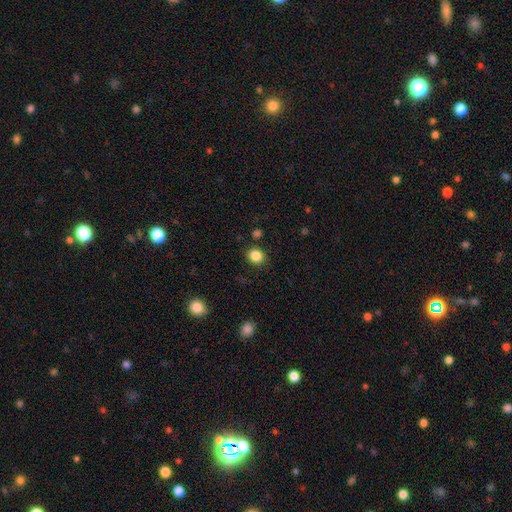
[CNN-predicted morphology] The model was most divided on "how rounded": round: 76%, in between: 23%, cigar-shaped: 1%. More confident: merging — none (88%); smooth or featured — smooth (85%).